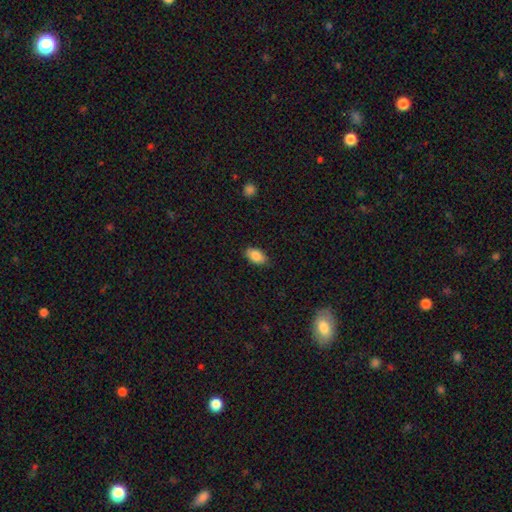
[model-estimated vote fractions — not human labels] This is clearly a smooth galaxy (87%). How rounded: clearly in between (92%). Merging: clearly none (84%).